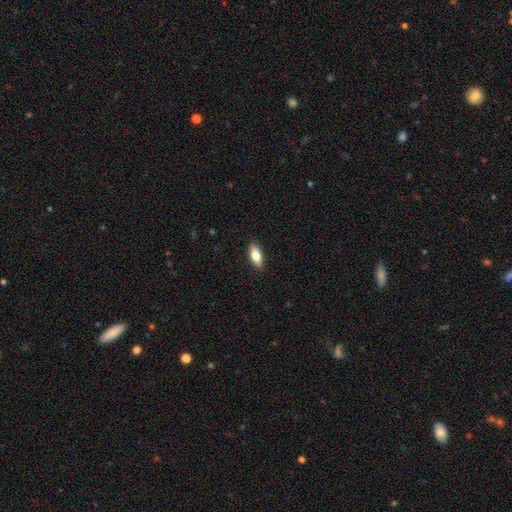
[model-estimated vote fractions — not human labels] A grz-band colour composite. It shows a smooth galaxy with no disk features (66%) that is in between round and cigar-shaped (74%). Merging: none (87%).